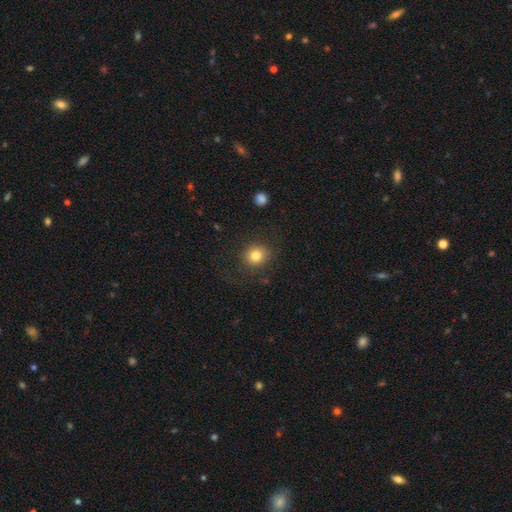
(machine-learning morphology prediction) This is clearly a smooth galaxy (81%). How rounded: clearly round (82%). Merging: clearly none (83%).